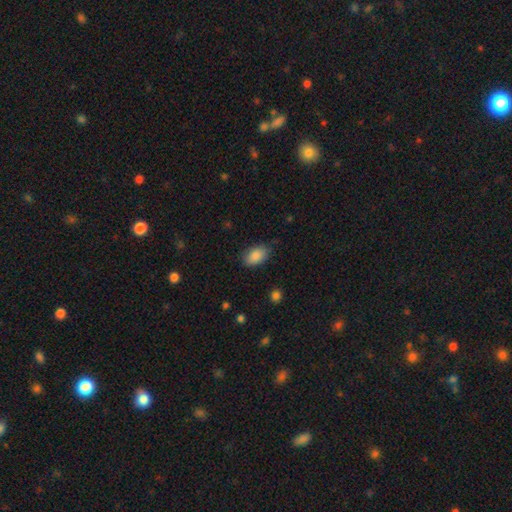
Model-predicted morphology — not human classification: This appears to be a smooth galaxy with no disk features (88%) that is in between round and cigar-shaped (91%). Merging: none (80%).